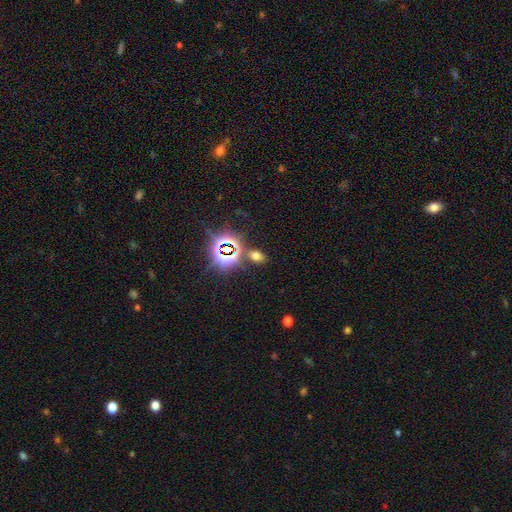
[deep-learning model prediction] A smooth galaxy with no disk features (51%) that is in between round and cigar-shaped (81%).

Vote fractions:
- Smooth or featured? smooth: 51% / star or artifact: 41% / featured or disk: 7%
- How rounded? in between: 81% / round: 16% / cigar-shaped: 3%
- Merging? none: 79% / minor disturbance: 10% / merger: 7% / major disturbance: 4%